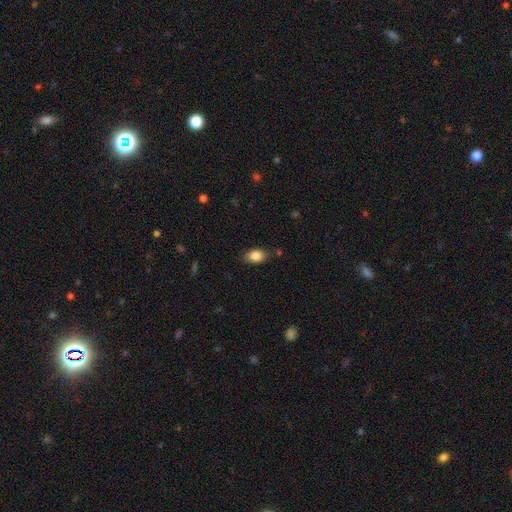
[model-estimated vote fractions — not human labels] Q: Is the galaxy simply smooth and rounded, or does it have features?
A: smooth — 85%.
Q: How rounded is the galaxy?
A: in between — 85%.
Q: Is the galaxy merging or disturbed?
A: none — 79%.